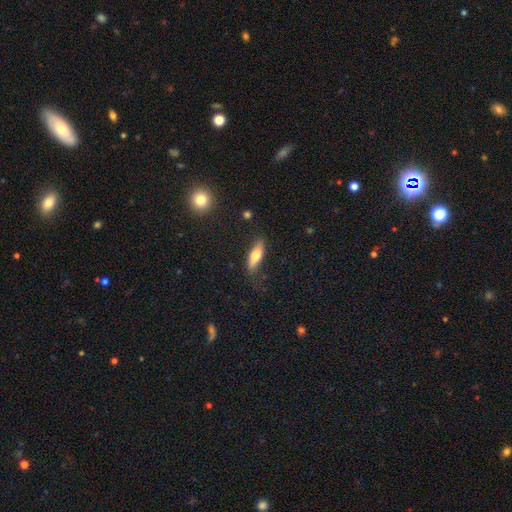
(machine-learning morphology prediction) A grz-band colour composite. It shows a smooth galaxy with no disk features (66%) that is in between round and cigar-shaped (52%). Merging: none (77%).